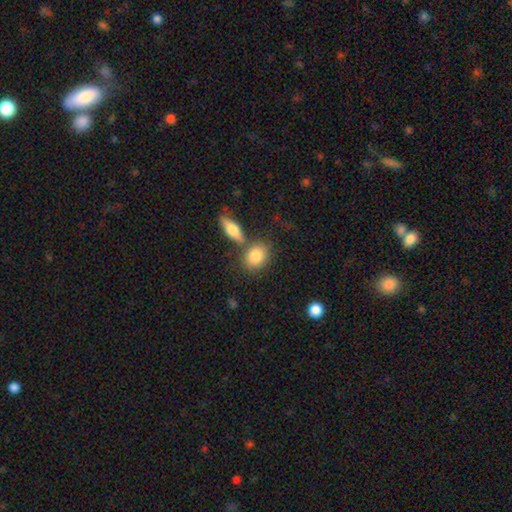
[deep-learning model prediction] Morphology: type=smooth (83%); roundness=in between (58%); merging=none (61%).